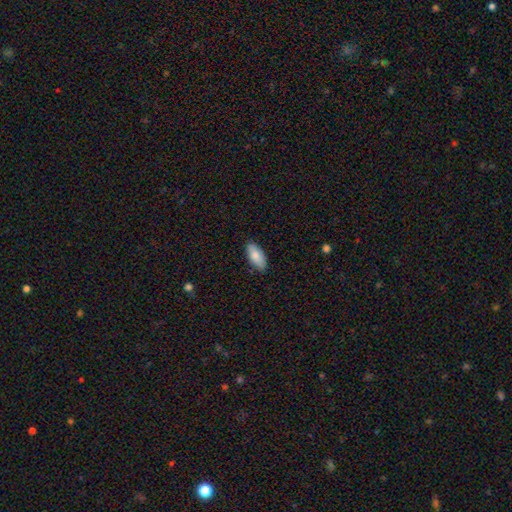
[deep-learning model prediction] smooth-or-featured: smooth: 82% | featured or disk: 12% | star or artifact: 6%
  how-rounded: in between: 87% | cigar-shaped: 11% | round: 2%
  merging: none: 84% | minor disturbance: 13% | major disturbance: 2% | merger: 1%